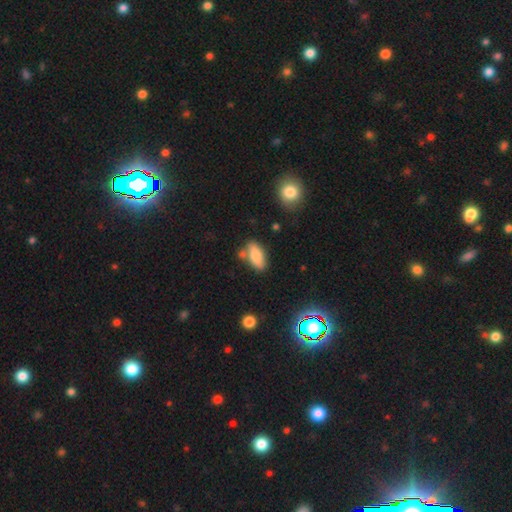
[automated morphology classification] type=smooth (78%); roundness=in between (82%); merging=none (69%).